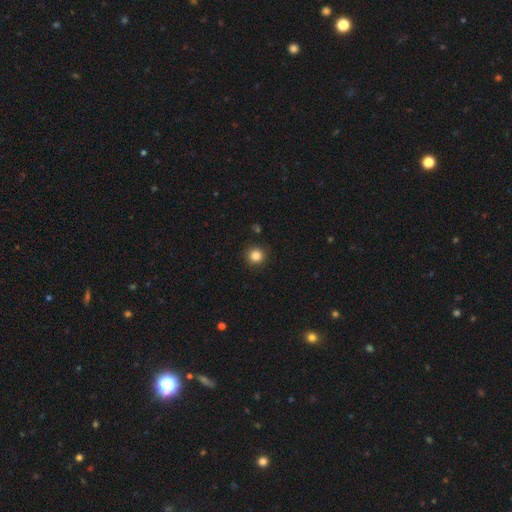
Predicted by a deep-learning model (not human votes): smooth_or_featured: smooth (p=0.85) [alt: star or artifact p=0.11]
how_rounded: round (p=0.94) [alt: in between p=0.05]
merging: none (p=0.92) [alt: minor disturbance p=0.05]